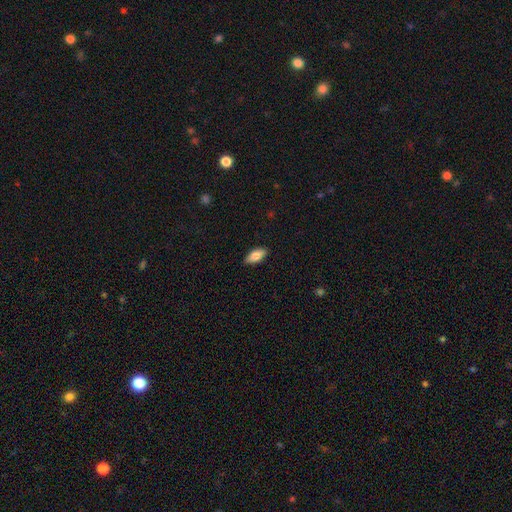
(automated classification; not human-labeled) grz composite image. It shows a smooth galaxy with no disk features (82%) that is in between round and cigar-shaped (86%). Merging: none (87%).